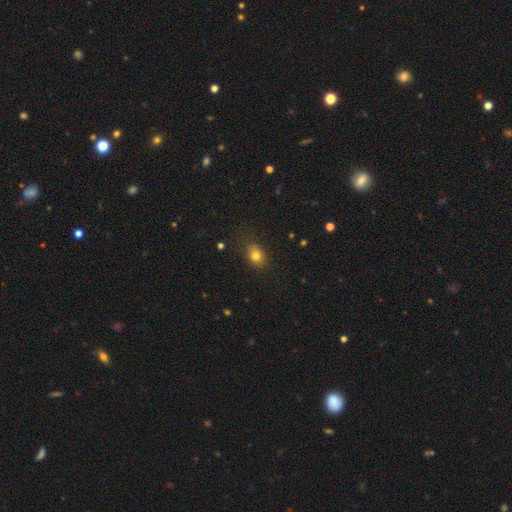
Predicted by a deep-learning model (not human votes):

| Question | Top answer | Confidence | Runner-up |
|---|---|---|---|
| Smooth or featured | smooth | 79% | star or artifact (12%) |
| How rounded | in between | 58% | round (41%) |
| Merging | none | 77% | minor disturbance (17%) |